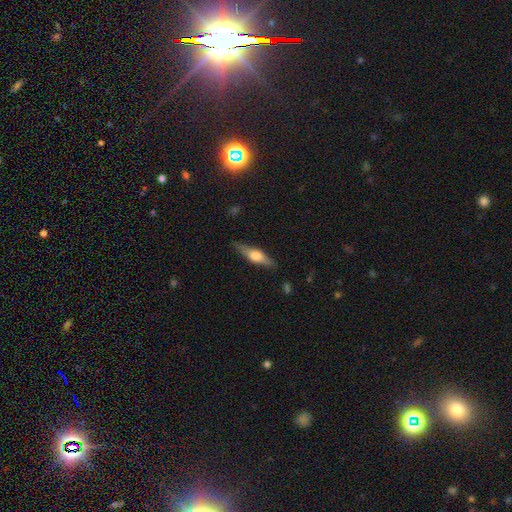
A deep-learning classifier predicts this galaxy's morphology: This is possibly a featured or disk galaxy (59%). It is clearly viewed edge-on (95%). Edge-on bulge: clearly rounded (90%). Merging: clearly none (85%).